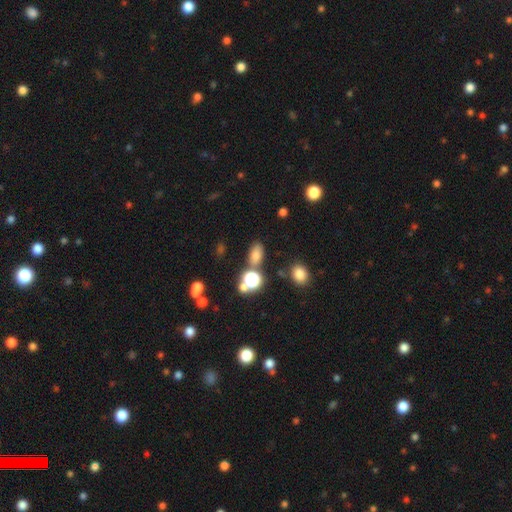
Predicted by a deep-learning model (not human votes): smooth 71%, star or artifact 21%, featured or disk 8%. Down the decision tree: how rounded — in between (80%); merging — none (72%).